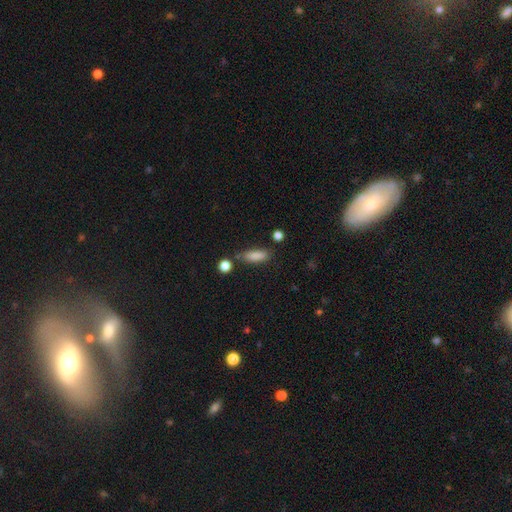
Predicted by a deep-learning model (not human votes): smooth-or-featured: smooth: 85% | star or artifact: 8% | featured or disk: 7%
  how-rounded: in between: 60% | cigar-shaped: 37% | round: 3%
  merging: none: 76% | minor disturbance: 15% | merger: 6% | major disturbance: 4%